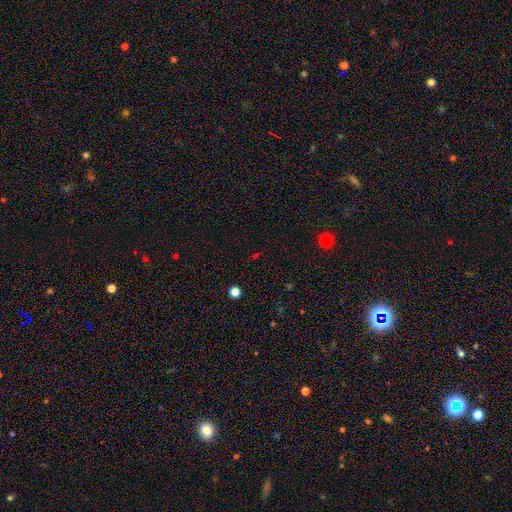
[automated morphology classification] This is likely a star or artifact rather than a galaxy (60%).